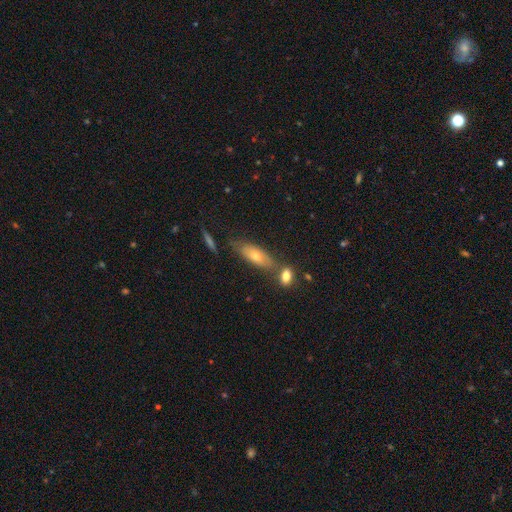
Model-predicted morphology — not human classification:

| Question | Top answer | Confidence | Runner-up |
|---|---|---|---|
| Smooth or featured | smooth | 56% | featured or disk (35%) |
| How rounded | in between | 57% | cigar-shaped (39%) |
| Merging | none | 65% | merger (16%) |